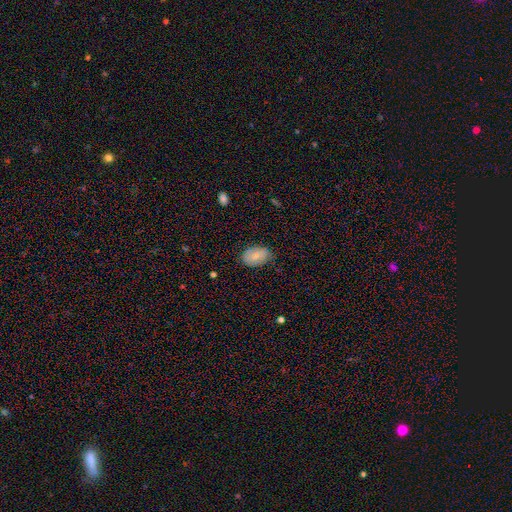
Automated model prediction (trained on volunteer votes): A smooth galaxy with no disk features (76%) that is in between round and cigar-shaped (90%).

Vote fractions:
- Smooth or featured? smooth: 76% / featured or disk: 17% / star or artifact: 7%
- How rounded? in between: 90% / round: 8% / cigar-shaped: 1%
- Merging? none: 70% / minor disturbance: 25% / major disturbance: 4% / merger: 1%